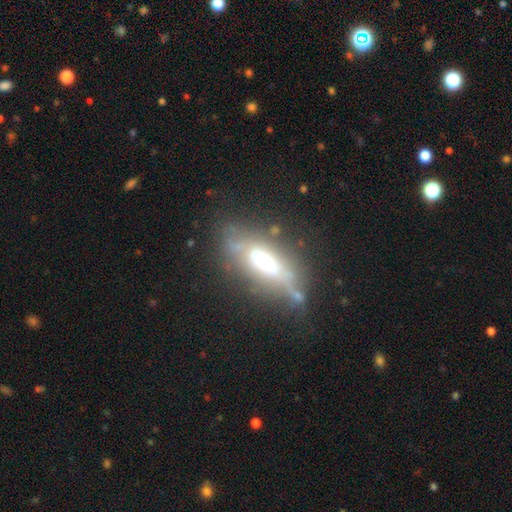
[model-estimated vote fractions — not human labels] The model was most divided on "merging": none: 47%, major disturbance: 23%, minor disturbance: 21%, merger: 9%. More confident: edge-on disk — yes (64%); smooth or featured — featured or disk (60%).